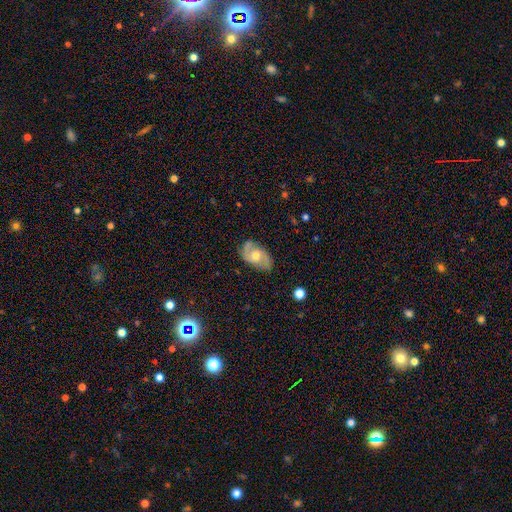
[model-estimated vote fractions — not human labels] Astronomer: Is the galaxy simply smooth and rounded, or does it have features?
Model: featured or disk — 69%.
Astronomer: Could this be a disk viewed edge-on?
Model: no — 95%.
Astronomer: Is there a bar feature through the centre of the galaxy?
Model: no — 61%.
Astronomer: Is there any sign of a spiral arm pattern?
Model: yes — 86%.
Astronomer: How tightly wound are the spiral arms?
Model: medium — 47% (runner-up: loose, 28%).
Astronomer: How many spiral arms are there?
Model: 2 — 84%.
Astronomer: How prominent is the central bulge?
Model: moderate — 68%.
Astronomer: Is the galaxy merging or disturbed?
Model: none — 75%.